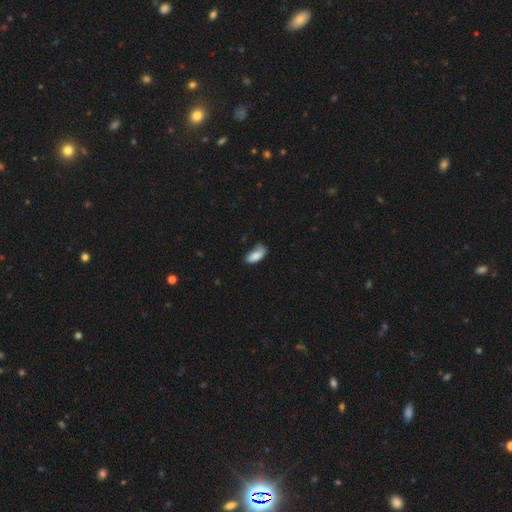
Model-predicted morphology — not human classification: Smooth or featured? Predicted: smooth (p=0.83). How rounded? Predicted: in between (p=0.89). Merging? Predicted: none (p=0.49).